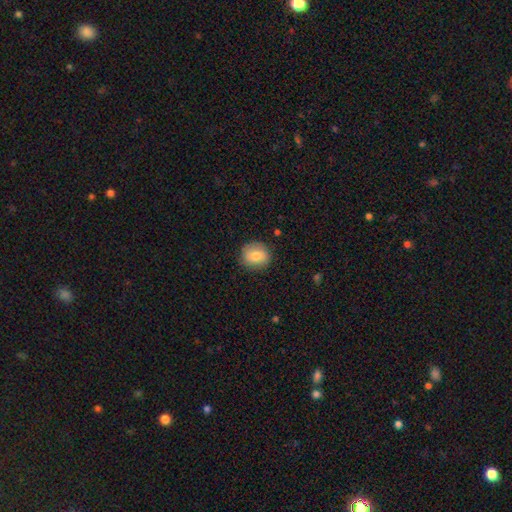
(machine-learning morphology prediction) smooth 77%, featured or disk 15%, star or artifact 8%. Down the decision tree: how rounded — round (84%); merging — none (86%).